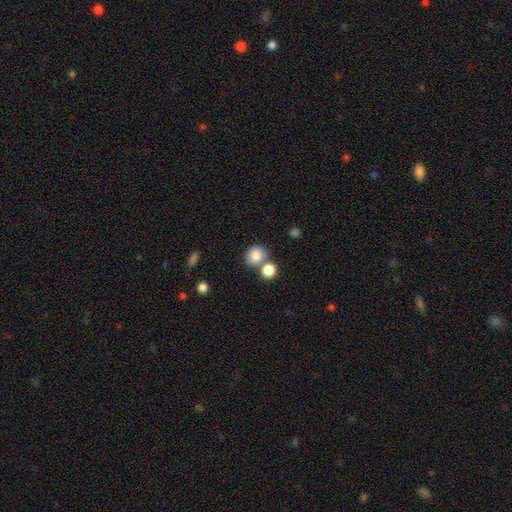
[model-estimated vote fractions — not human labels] A smooth galaxy with no disk features (83%) that is round (78%).

Vote fractions:
- Smooth or featured? smooth: 83% / star or artifact: 10% / featured or disk: 8%
- How rounded? round: 78% / in between: 21% / cigar-shaped: 1%
- Merging? none: 60% / merger: 28% / minor disturbance: 9% / major disturbance: 3%